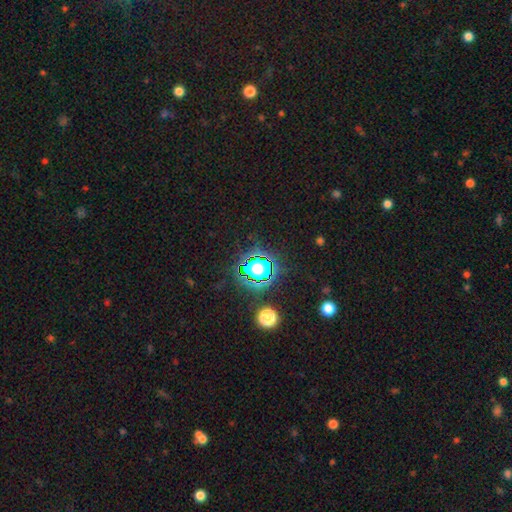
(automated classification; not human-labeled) Smooth or featured? star or artifact (78%)